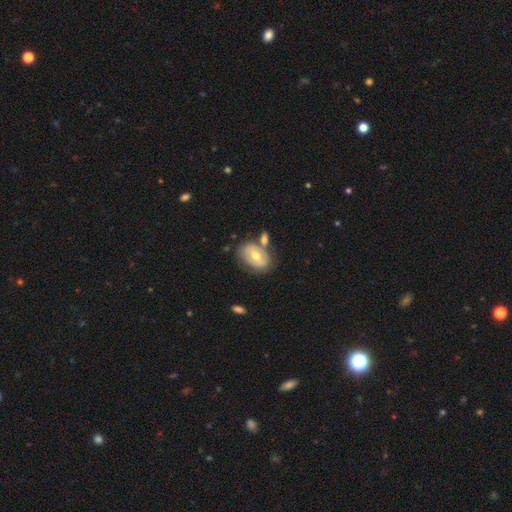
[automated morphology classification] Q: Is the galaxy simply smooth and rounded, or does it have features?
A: featured or disk — 50%.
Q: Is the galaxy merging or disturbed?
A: none — 59%.